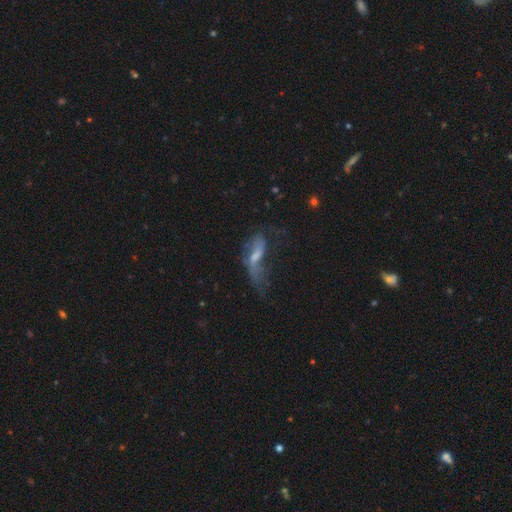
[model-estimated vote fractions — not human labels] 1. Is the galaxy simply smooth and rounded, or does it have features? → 55% featured or disk, 31% smooth, 14% star or artifact.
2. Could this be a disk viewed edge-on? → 82% no, 18% yes.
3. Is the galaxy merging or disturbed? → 42% major disturbance, 31% none, 21% minor disturbance, 6% merger.